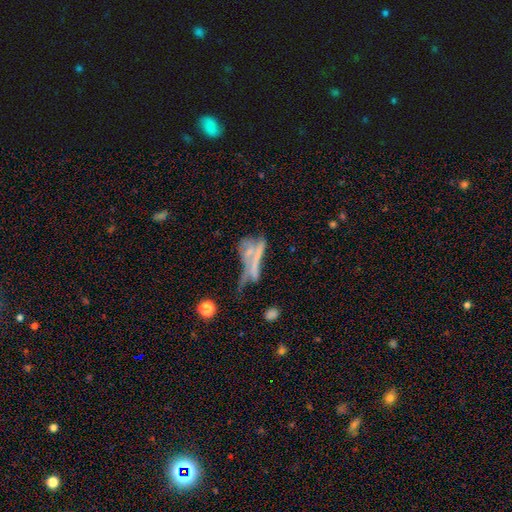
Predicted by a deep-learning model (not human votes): Smooth or featured?
  - featured or disk: 48% *
  - smooth: 35%
  - star or artifact: 16%
Merging?
  - merger: 43% *
  - none: 27%
  - major disturbance: 17%
  - minor disturbance: 13%